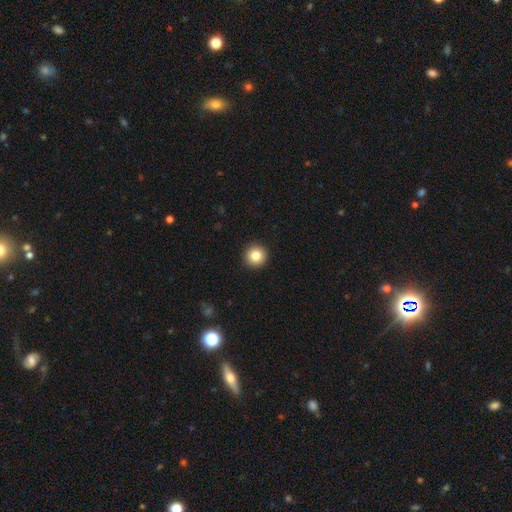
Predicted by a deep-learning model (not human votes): Smooth or featured? Predicted: smooth (p=0.83). How rounded? Predicted: round (p=0.95). Merging? Predicted: none (p=0.93).